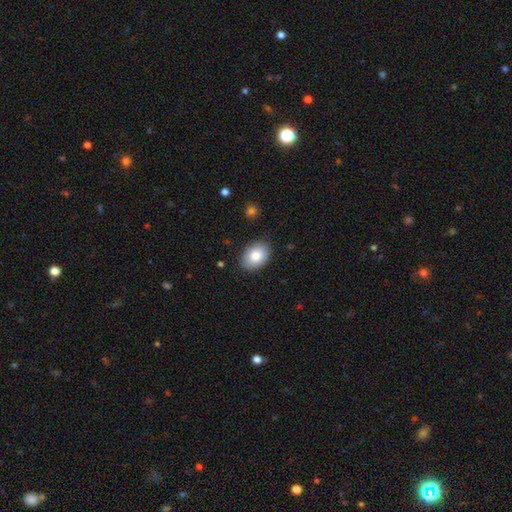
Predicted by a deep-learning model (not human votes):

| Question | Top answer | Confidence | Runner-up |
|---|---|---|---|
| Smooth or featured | smooth | 83% | featured or disk (10%) |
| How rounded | in between | 85% | round (14%) |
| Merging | none | 85% | minor disturbance (11%) |